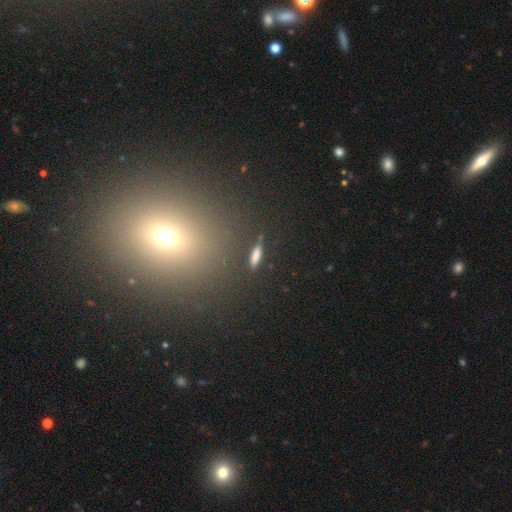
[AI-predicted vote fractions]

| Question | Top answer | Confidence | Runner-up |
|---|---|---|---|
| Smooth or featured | smooth | 73% | star or artifact (14%) |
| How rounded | cigar-shaped | 68% | in between (26%) |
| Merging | none | 86% | minor disturbance (8%) |